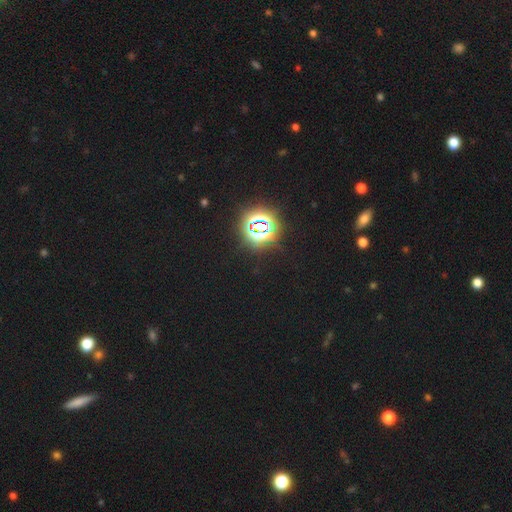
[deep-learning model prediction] Smooth or featured? star or artifact (79%)